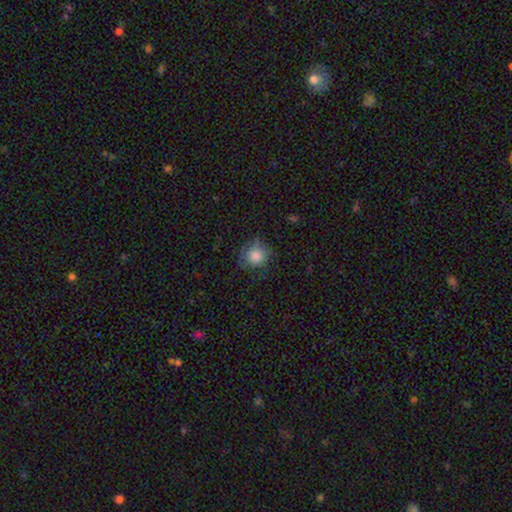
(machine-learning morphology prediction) Smooth or featured?
  - smooth: 81% *
  - featured or disk: 10%
  - star or artifact: 9%
How rounded?
  - round: 89% *
  - in between: 10%
  - cigar-shaped: 1%
Merging?
  - none: 68% *
  - minor disturbance: 22%
  - major disturbance: 9%
  - merger: 1%